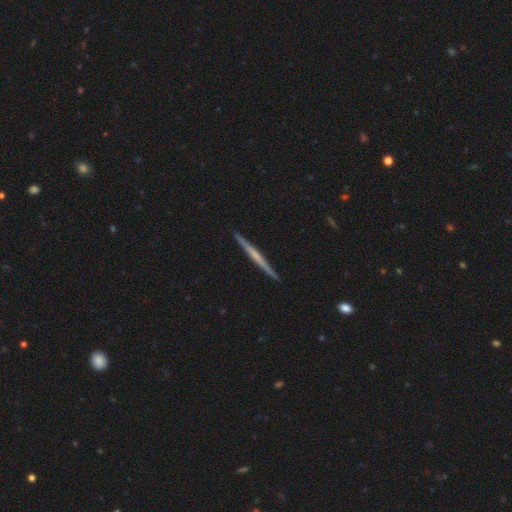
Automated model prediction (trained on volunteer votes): smooth-or-featured: featured or disk: 67% | smooth: 28% | star or artifact: 5%
  disk-edge-on: yes: 98% | no: 2%
    edge-on-bulge: none: 56% | rounded: 32% | boxy: 12%
  merging: none: 93% | minor disturbance: 5% | major disturbance: 1% | merger: 1%